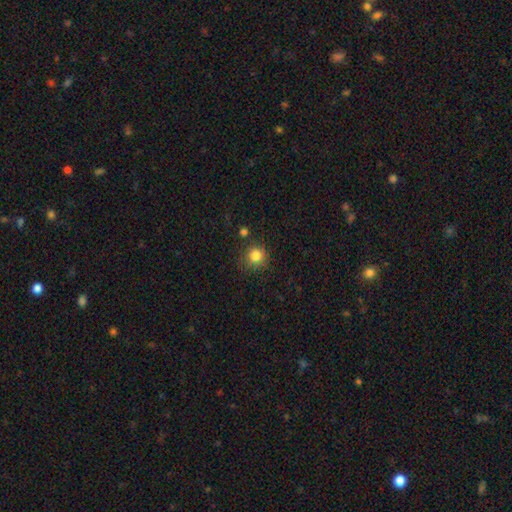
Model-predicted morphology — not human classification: smooth 82%, star or artifact 12%, featured or disk 6%. Down the decision tree: how rounded — round (90%); merging — none (77%).